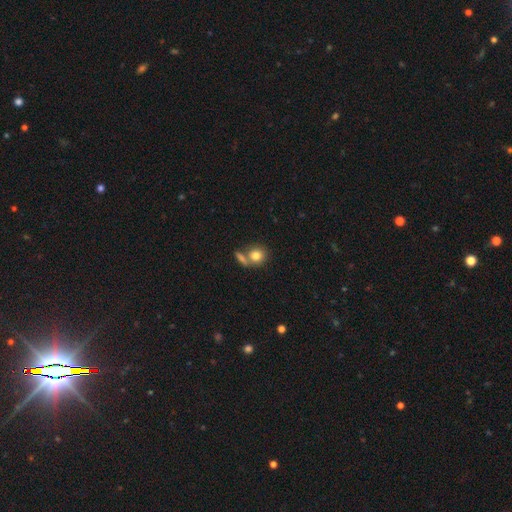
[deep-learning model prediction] Smooth or featured?
  - smooth: 80% *
  - featured or disk: 11%
  - star or artifact: 9%
How rounded?
  - round: 75% *
  - in between: 23%
  - cigar-shaped: 2%
Merging?
  - none: 50% *
  - merger: 35%
  - minor disturbance: 10%
  - major disturbance: 5%